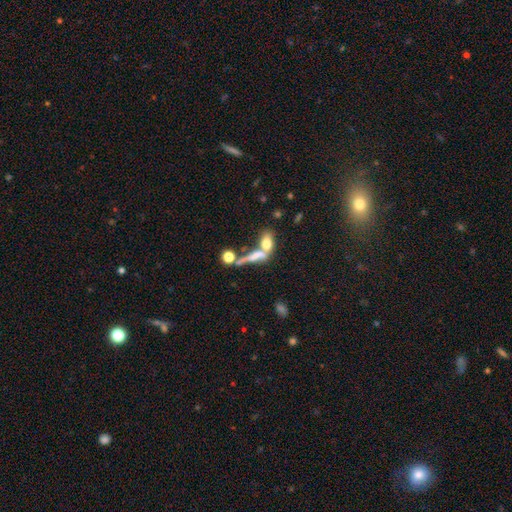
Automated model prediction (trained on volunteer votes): A smooth galaxy with no disk features (55%) that is cigar-shaped (48%).

Vote fractions:
- Smooth or featured? smooth: 55% / featured or disk: 32% / star or artifact: 13%
- How rounded? cigar-shaped: 48% / in between: 41% / round: 11%
- Merging? merger: 50% / none: 28% / major disturbance: 12% / minor disturbance: 10%